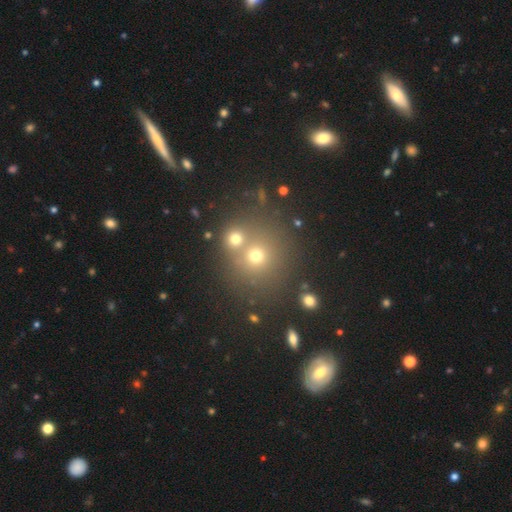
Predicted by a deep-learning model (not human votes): This is likely a smooth galaxy (61%). How rounded: clearly round (89%). Merging: likely none (63%).